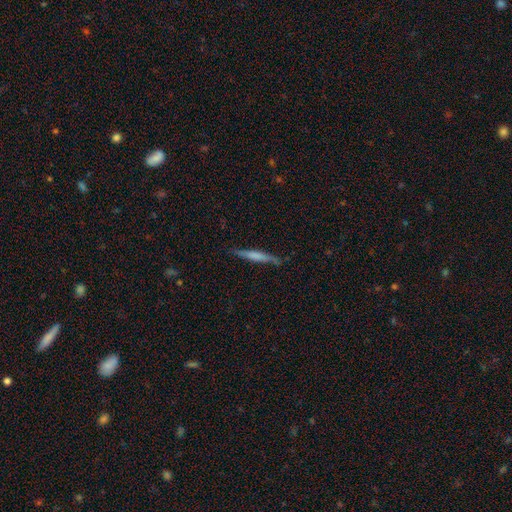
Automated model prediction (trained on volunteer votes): smooth 53%, featured or disk 41%, star or artifact 6%. Down the decision tree: how rounded — cigar-shaped (94%); merging — none (83%).